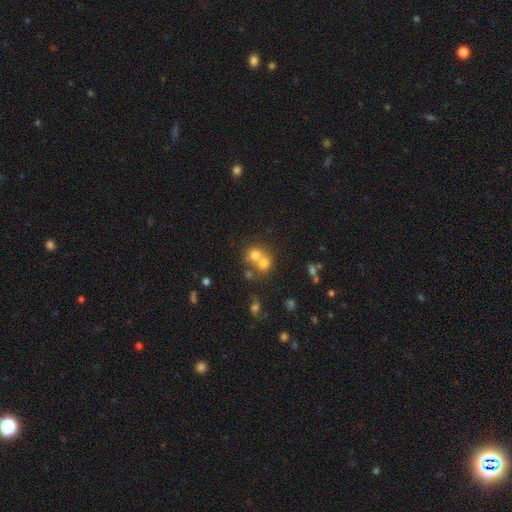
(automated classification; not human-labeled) A smooth galaxy with no disk features (67%) that is round (79%).

Vote fractions:
- Smooth or featured? smooth: 67% / featured or disk: 19% / star or artifact: 14%
- How rounded? round: 79% / in between: 20% / cigar-shaped: 1%
- Merging? merger: 59% / none: 33% / minor disturbance: 6% / major disturbance: 3%